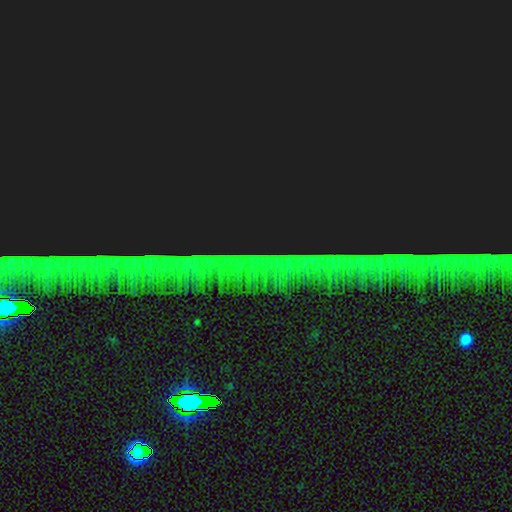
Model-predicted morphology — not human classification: star or artifact 87%, featured or disk 7%, smooth 6%.